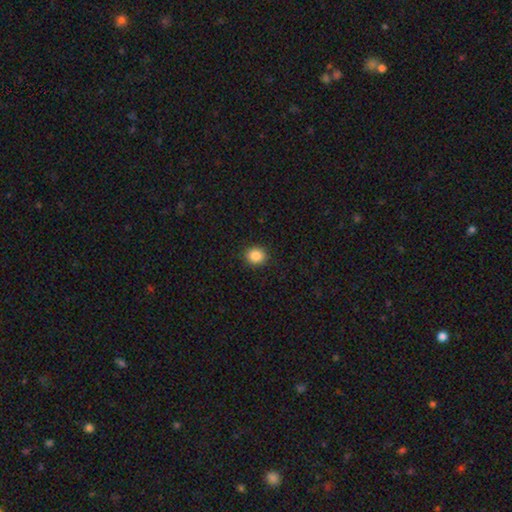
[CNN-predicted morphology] The model was most divided on "how rounded": round: 80%, in between: 19%, cigar-shaped: 1%. More confident: merging — none (90%); smooth or featured — smooth (86%).